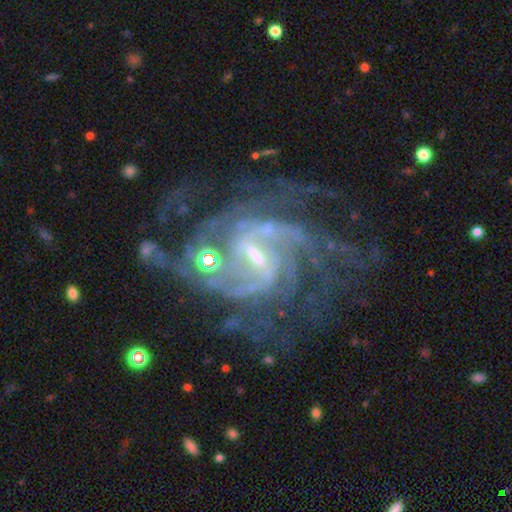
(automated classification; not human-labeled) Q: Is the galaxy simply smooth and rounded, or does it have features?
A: featured or disk — 90%.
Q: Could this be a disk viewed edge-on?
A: no — 98%.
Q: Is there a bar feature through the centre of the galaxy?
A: weak — 47%.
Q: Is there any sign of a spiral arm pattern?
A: yes — 98%.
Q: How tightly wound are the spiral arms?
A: medium — 47%.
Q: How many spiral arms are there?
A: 2 — 24%.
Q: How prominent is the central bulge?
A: small — 57%.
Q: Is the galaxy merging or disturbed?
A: none — 56%.